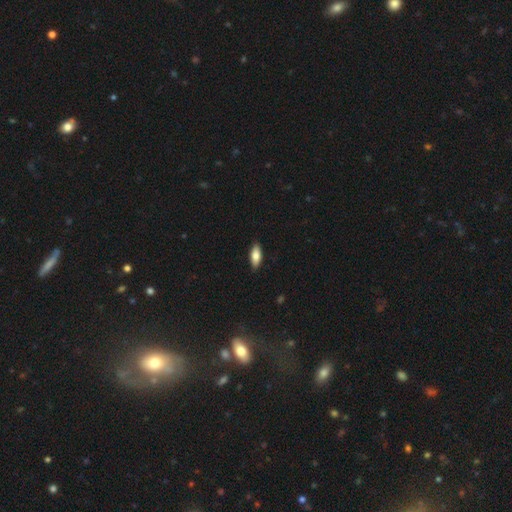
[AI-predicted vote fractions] Smooth or featured?
  - smooth: 79% *
  - featured or disk: 15%
  - star or artifact: 6%
How rounded?
  - in between: 81% *
  - cigar-shaped: 17%
  - round: 2%
Merging?
  - none: 87% *
  - minor disturbance: 10%
  - major disturbance: 2%
  - merger: 1%